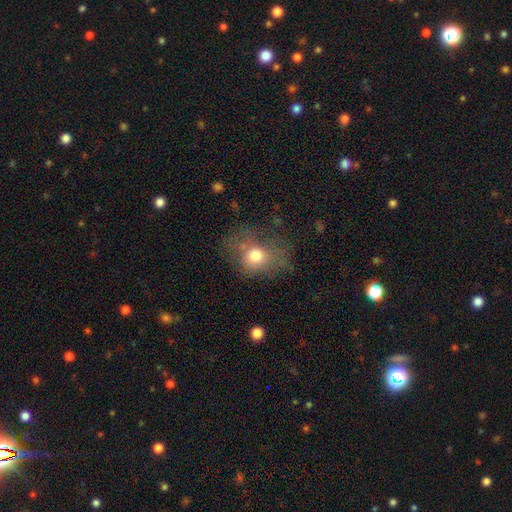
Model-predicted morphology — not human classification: Smooth or featured?
  - smooth: 70% *
  - featured or disk: 18%
  - star or artifact: 12%
How rounded?
  - round: 55% *
  - in between: 44%
  - cigar-shaped: 1%
Merging?
  - none: 43% *
  - major disturbance: 29%
  - minor disturbance: 25%
  - merger: 3%